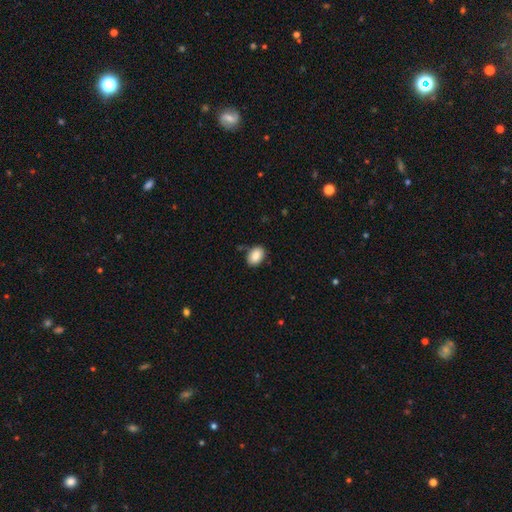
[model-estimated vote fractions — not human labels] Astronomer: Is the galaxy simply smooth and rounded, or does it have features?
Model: smooth — 87%.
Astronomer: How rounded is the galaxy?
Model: in between — 83%.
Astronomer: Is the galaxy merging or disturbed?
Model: none — 82%.